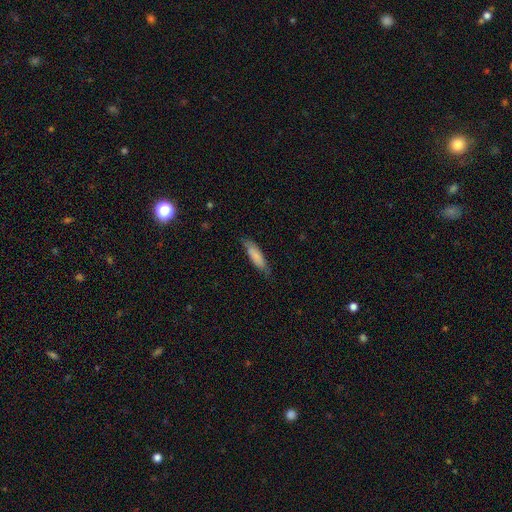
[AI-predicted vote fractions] smooth-or-featured: smooth: 79% | featured or disk: 15% | star or artifact: 6%
  how-rounded: cigar-shaped: 65% | in between: 34% | round: 1%
  merging: none: 73% | minor disturbance: 22% | major disturbance: 4% | merger: 1%